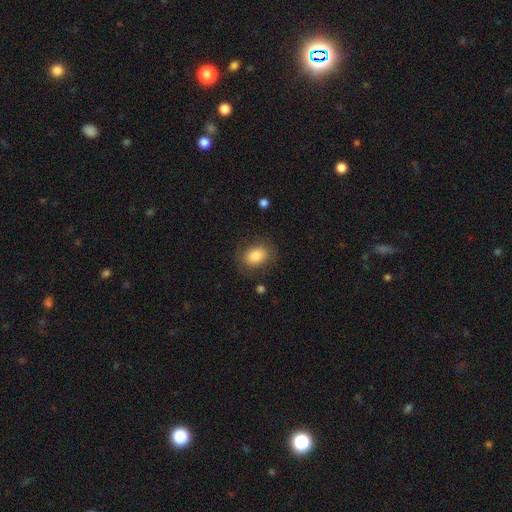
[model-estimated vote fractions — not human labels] This is clearly a smooth galaxy (83%). How rounded: likely in between (66%). Merging: likely none (80%).